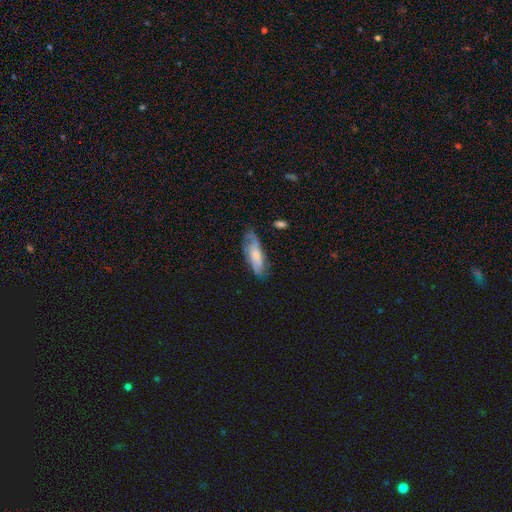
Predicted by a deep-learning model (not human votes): Overall: smooth (56%; featured or disk 37%). How rounded: in between (69%). Merging: none (56%; minor disturbance 30%).